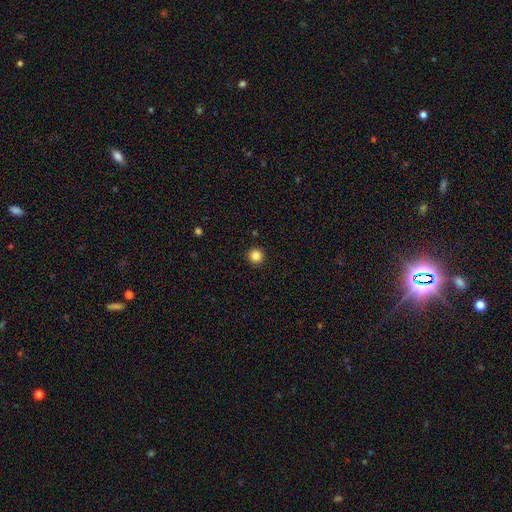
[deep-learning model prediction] Smooth or featured?
  - smooth: 85% *
  - star or artifact: 11%
  - featured or disk: 4%
How rounded?
  - round: 96% *
  - in between: 3%
  - cigar-shaped: 1%
Merging?
  - none: 93% *
  - minor disturbance: 4%
  - major disturbance: 2%
  - merger: 1%